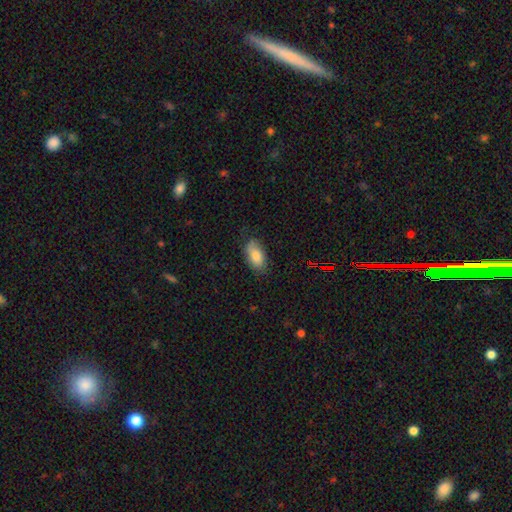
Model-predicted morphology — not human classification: Q: Smooth or featured?
A: smooth (80%); runner-up: featured or disk (13%)
Q: How rounded?
A: in between (92%); runner-up: round (4%)
Q: Merging?
A: none (73%); runner-up: minor disturbance (21%)